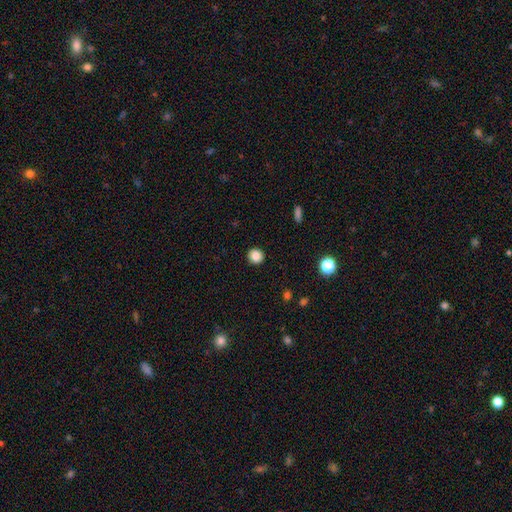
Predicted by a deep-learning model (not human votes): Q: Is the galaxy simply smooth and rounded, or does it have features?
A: smooth — 85%.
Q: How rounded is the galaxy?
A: round — 92%.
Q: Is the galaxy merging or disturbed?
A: none — 92%.